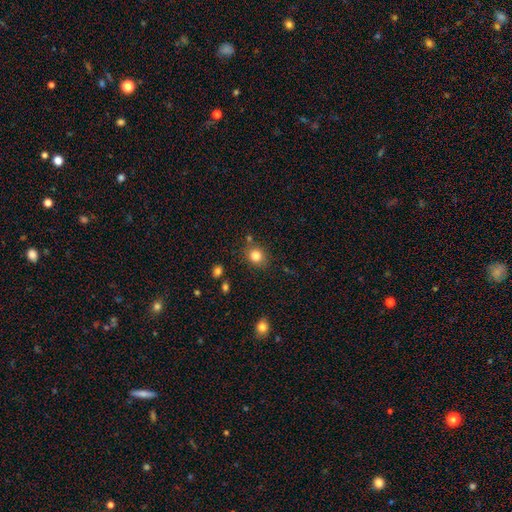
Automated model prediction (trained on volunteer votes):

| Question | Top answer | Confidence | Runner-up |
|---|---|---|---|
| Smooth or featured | smooth | 83% | star or artifact (11%) |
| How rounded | round | 69% | in between (30%) |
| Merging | none | 78% | minor disturbance (13%) |